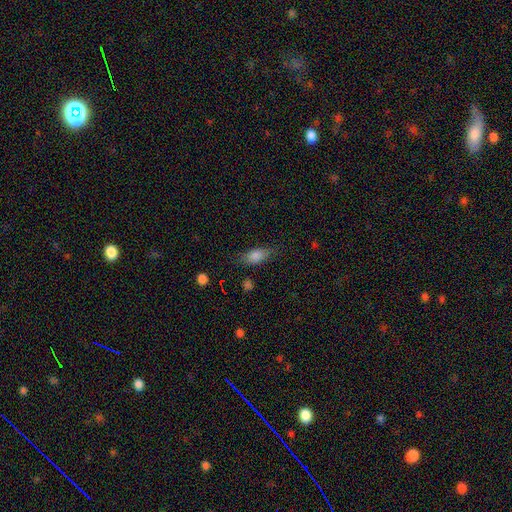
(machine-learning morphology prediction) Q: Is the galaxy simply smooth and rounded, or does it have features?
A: smooth — 78%.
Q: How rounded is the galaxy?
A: in between — 78%.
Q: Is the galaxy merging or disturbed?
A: none — 71%.